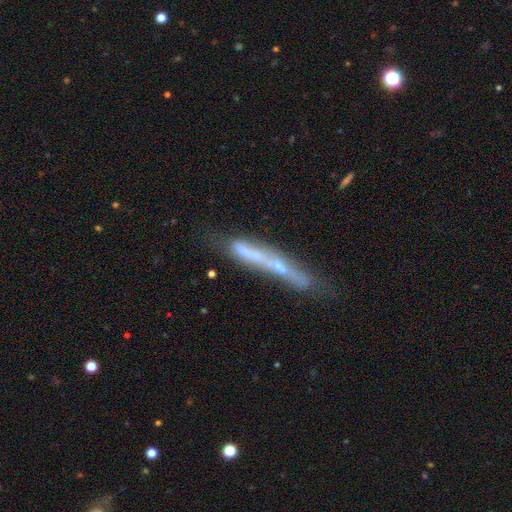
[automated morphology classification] This appears to be a featured or disk galaxy (65%) viewed edge-on (81%) with no central bulge (56%). Merging: none (59%).